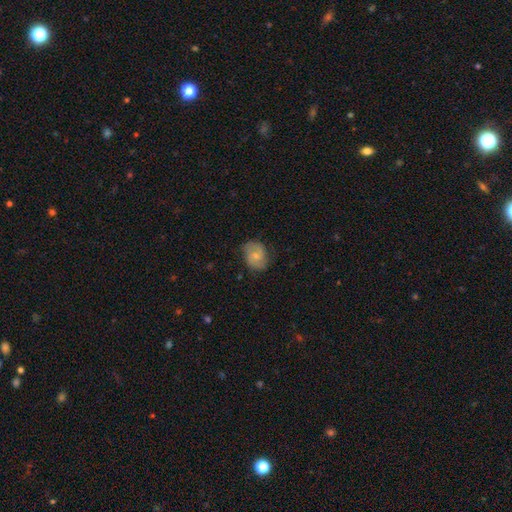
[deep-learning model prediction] The model was most divided on "how rounded": in between: 50%, round: 49%, cigar-shaped: 1%. More confident: merging — none (68%); smooth or featured — smooth (52%).